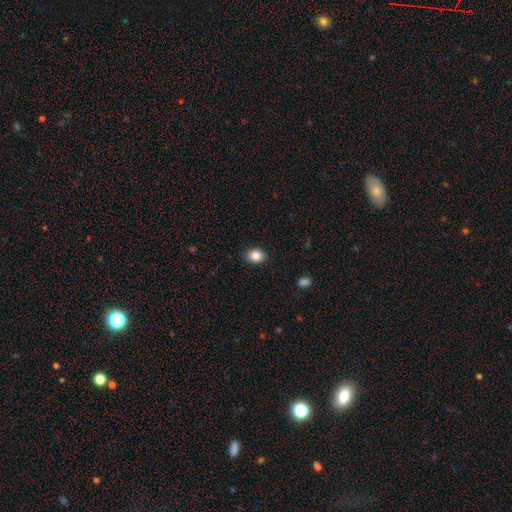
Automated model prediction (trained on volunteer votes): A smooth galaxy with no disk features (86%) that is in between round and cigar-shaped (60%).

Vote fractions:
- Smooth or featured? smooth: 86% / star or artifact: 9% / featured or disk: 5%
- How rounded? in between: 60% / round: 39% / cigar-shaped: 1%
- Merging? none: 88% / minor disturbance: 9% / major disturbance: 2% / merger: 1%